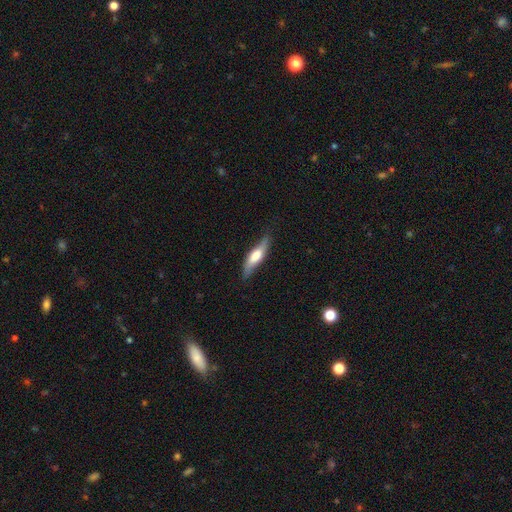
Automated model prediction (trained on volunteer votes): Smooth or featured: smooth — 49% (featured or disk — 46%)
Merging: none — 75% (minor disturbance — 20%)